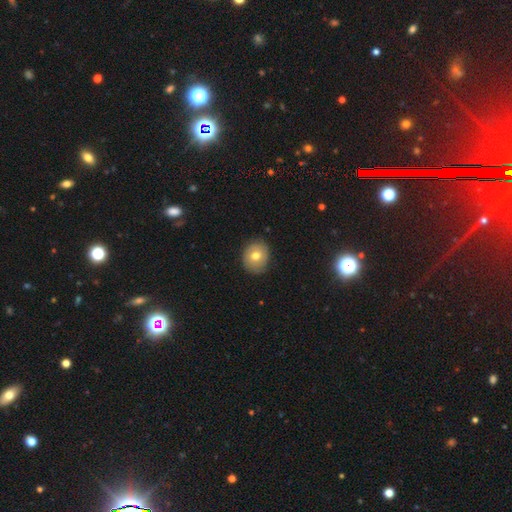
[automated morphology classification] Smooth or featured?
  - smooth: 64% *
  - featured or disk: 28%
  - star or artifact: 9%
How rounded?
  - round: 65% *
  - in between: 34%
  - cigar-shaped: 1%
Merging?
  - none: 82% *
  - minor disturbance: 14%
  - major disturbance: 3%
  - merger: 1%